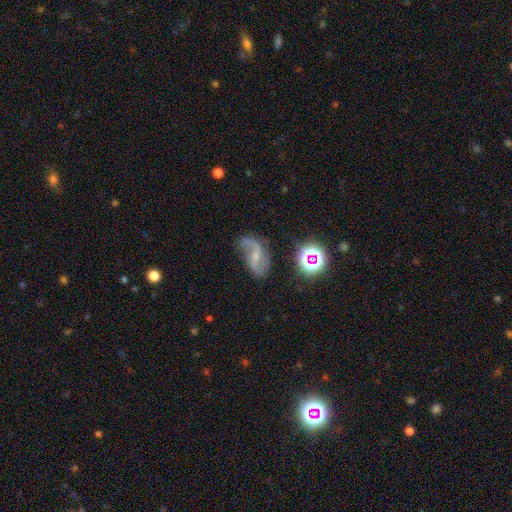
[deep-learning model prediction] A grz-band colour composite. It shows a featured or disk galaxy (78%) with a weak bar (45%), 2 (83%) loose (66%) spiral arms (94%) and a small central bulge (65%). Merging: none (63%).